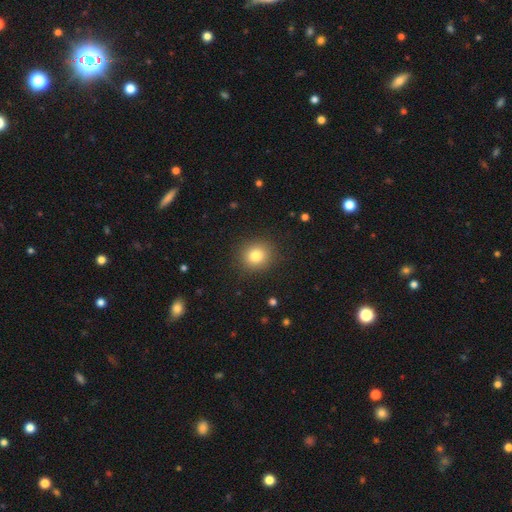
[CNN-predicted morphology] The model was most divided on "smooth or featured": smooth: 81%, star or artifact: 12%, featured or disk: 8%. More confident: merging — none (89%); how rounded — round (86%).